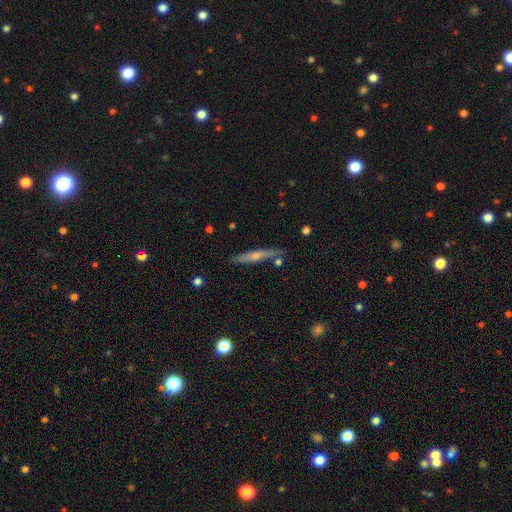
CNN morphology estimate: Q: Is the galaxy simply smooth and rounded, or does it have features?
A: featured or disk — 52%.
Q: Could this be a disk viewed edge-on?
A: yes — 92%.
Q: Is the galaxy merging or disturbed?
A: none — 82%.